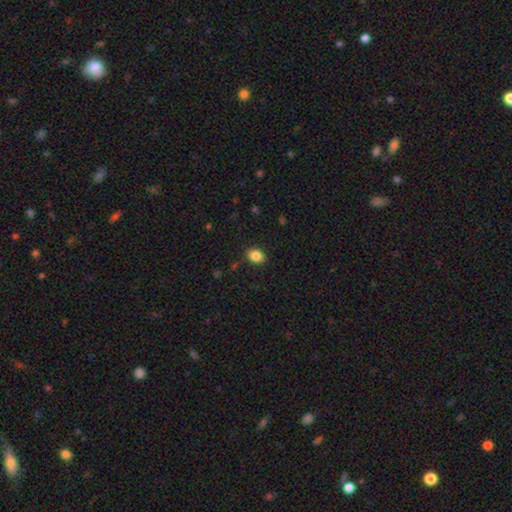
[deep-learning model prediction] smooth 85%, star or artifact 9%, featured or disk 6%. Down the decision tree: how rounded — in between (66%); merging — none (86%).